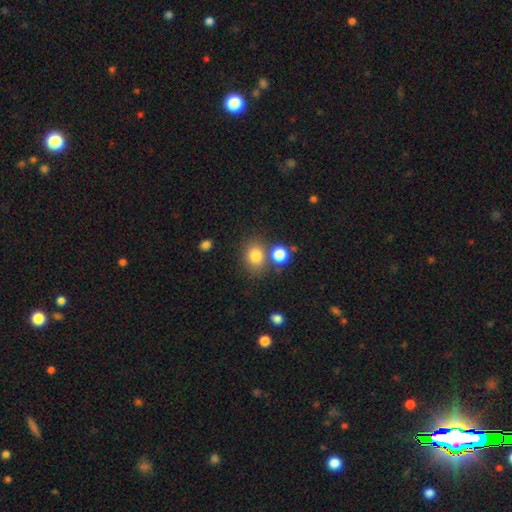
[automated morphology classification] Smooth or featured? smooth (81%)
How rounded? round (55%)
Merging? none (65%)